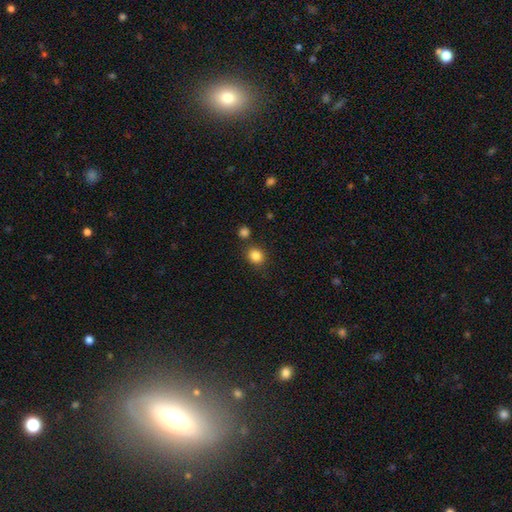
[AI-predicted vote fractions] Morphology: type=smooth (85%); roundness=round (74%); merging=none (80%).